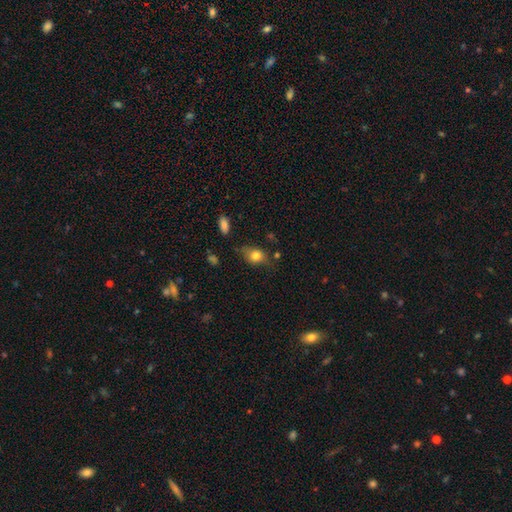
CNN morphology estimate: Smooth or featured?
  - smooth: 77% *
  - featured or disk: 13%
  - star or artifact: 9%
How rounded?
  - in between: 64% *
  - round: 33%
  - cigar-shaped: 3%
Merging?
  - none: 62% *
  - minor disturbance: 28%
  - major disturbance: 7%
  - merger: 3%